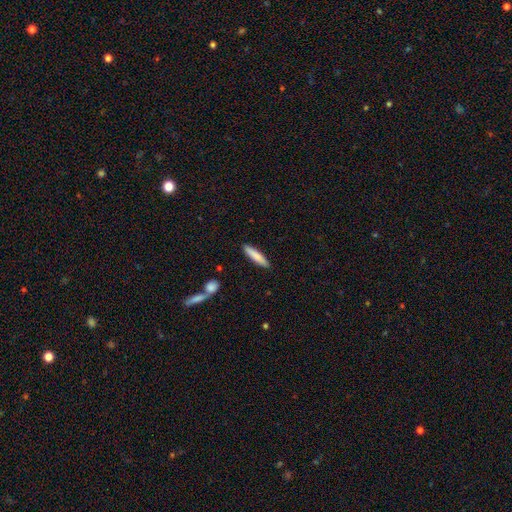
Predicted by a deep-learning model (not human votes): Q: Smooth or featured?
A: smooth (81%); runner-up: featured or disk (13%)
Q: How rounded?
A: cigar-shaped (85%); runner-up: in between (14%)
Q: Merging?
A: none (89%); runner-up: minor disturbance (7%)